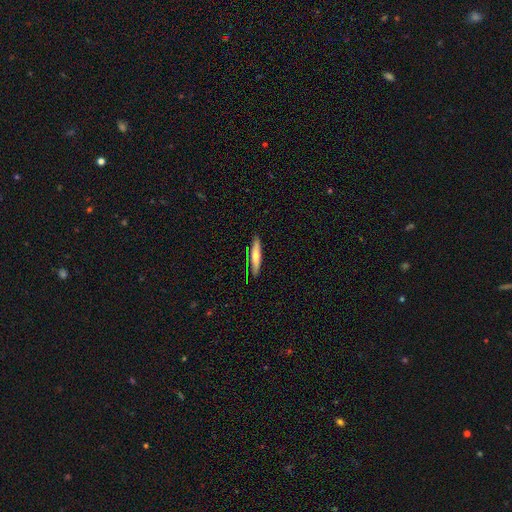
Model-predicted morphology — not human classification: Smooth or featured? Predicted: smooth (p=0.64). How rounded? Predicted: cigar-shaped (p=0.83). Merging? Predicted: none (p=0.84).